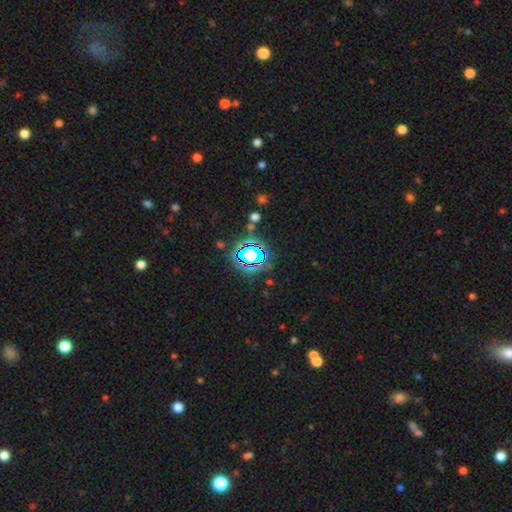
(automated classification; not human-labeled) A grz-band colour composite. It shows a star or artifact, not a galaxy (71%).